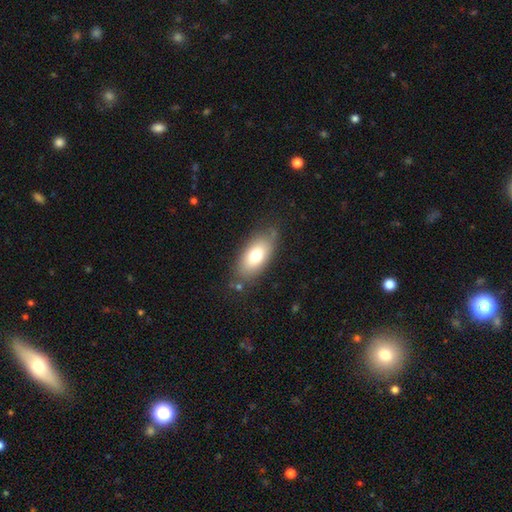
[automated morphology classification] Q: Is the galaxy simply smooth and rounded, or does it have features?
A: smooth — 73%.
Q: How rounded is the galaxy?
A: in between — 89%.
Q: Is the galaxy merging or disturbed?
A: none — 76%.